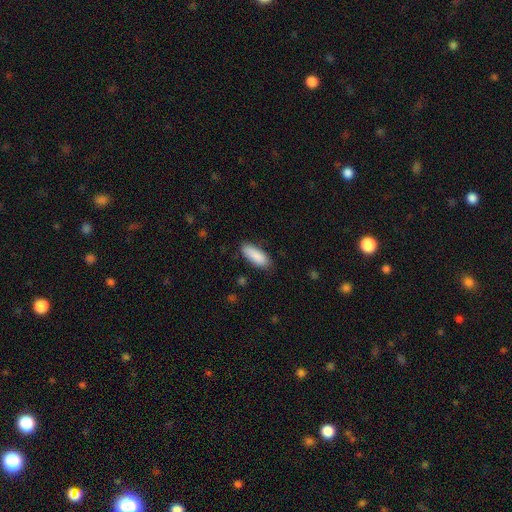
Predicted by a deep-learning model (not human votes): This appears to be a smooth galaxy with no disk features (89%) that is in between round and cigar-shaped (71%). Merging: none (82%).